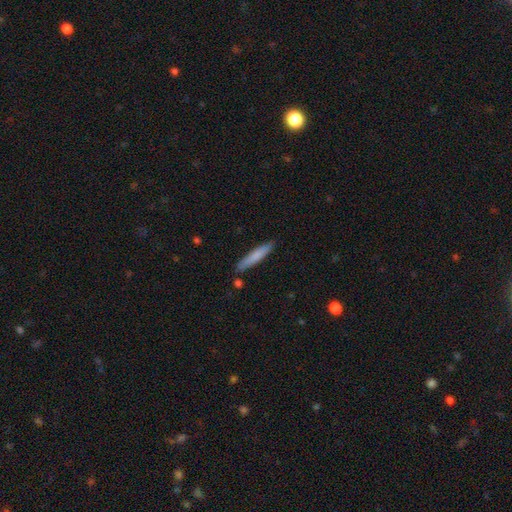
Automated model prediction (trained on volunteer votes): Smooth or featured?
  - smooth: 76% *
  - featured or disk: 19%
  - star or artifact: 5%
How rounded?
  - cigar-shaped: 92% *
  - in between: 7%
  - round: 1%
Merging?
  - none: 87% *
  - minor disturbance: 9%
  - merger: 3%
  - major disturbance: 2%